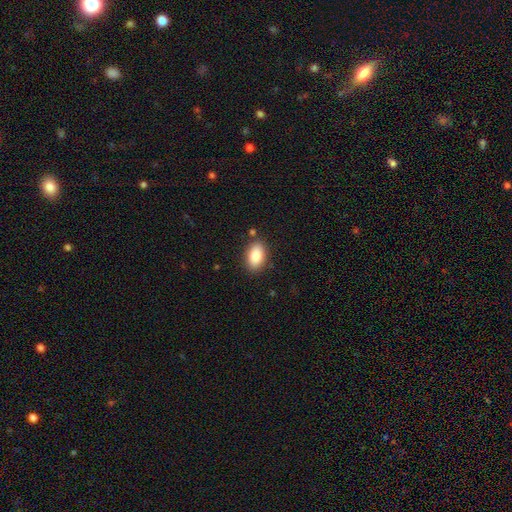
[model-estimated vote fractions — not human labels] A smooth galaxy with no disk features (87%) that is in between round and cigar-shaped (93%).

Vote fractions:
- Smooth or featured? smooth: 87% / star or artifact: 7% / featured or disk: 6%
- How rounded? in between: 93% / round: 5% / cigar-shaped: 2%
- Merging? none: 84% / minor disturbance: 10% / merger: 3% / major disturbance: 3%